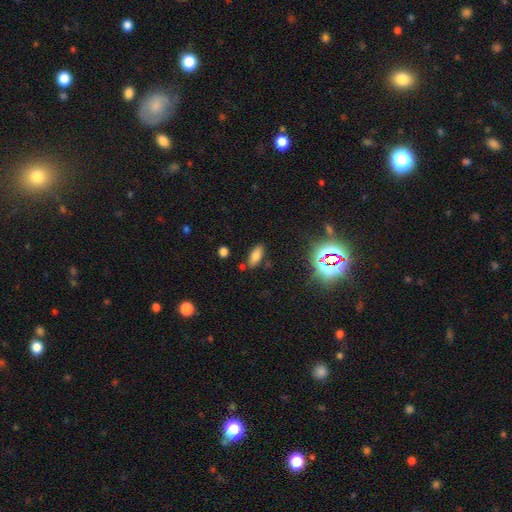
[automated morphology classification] Smooth or featured: smooth — 74% (star or artifact — 16%)
How rounded: in between — 81% (cigar-shaped — 15%)
Merging: none — 79% (minor disturbance — 13%)